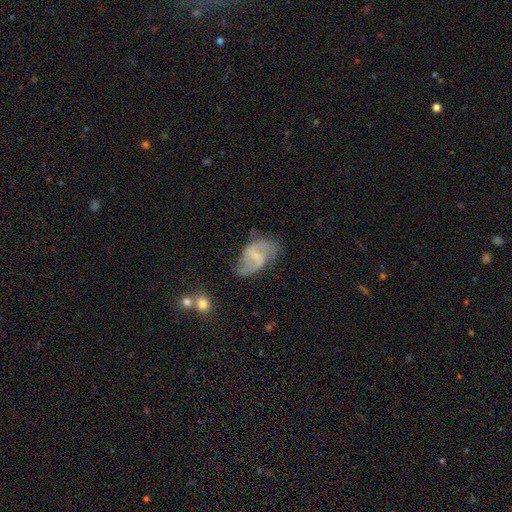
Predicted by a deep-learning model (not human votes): Smooth or featured: featured or disk — 79% (smooth — 15%)
Edge-on disk: no — 97% (yes — 3%)
Bar: weak — 55% (no — 28%)
Spiral arms: yes — 91% (no — 9%)
Spiral winding: loose — 44% (medium — 43%)
Spiral arm count: 2 — 87% (can't tell — 7%)
Bulge size: small — 65% (moderate — 26%)
Merging: none — 62% (minor disturbance — 25%)